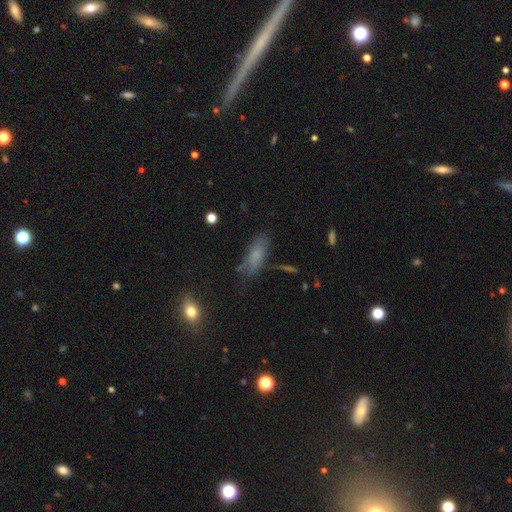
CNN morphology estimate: type=smooth (67%); roundness=in between (73%); merging=none (61%).